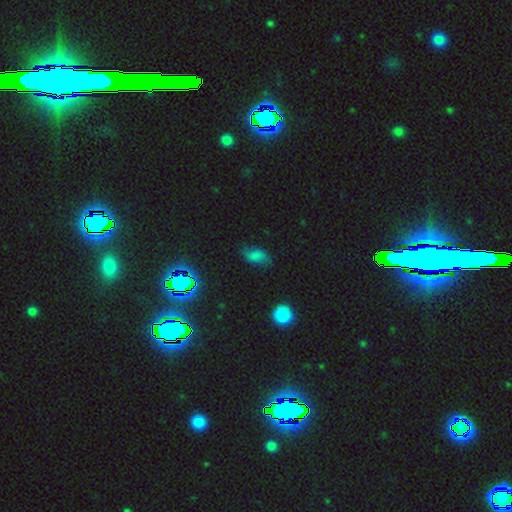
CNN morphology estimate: type=smooth (63%); roundness=in between (87%); merging=none (64%).